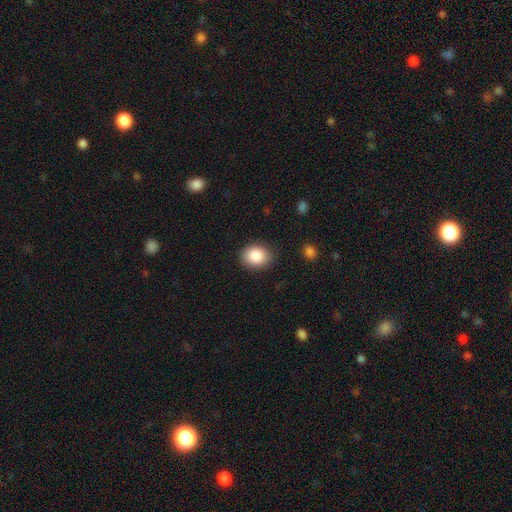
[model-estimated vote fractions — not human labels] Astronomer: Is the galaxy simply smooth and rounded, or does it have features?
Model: smooth — 87%.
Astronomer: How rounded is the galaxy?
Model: round — 56% (runner-up: in between, 43%).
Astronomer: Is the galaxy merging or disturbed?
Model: none — 87%.